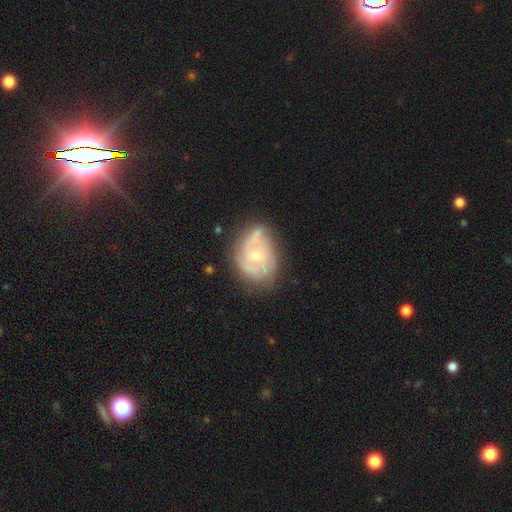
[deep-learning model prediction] A featured or disk galaxy (73%) with no bar (67%), 2 (37%) tight (51%) spiral arms (83%) and a small central bulge (52%).

Vote fractions:
- Smooth or featured? featured or disk: 73% / smooth: 20% / star or artifact: 6%
- Edge-on disk? no: 97% / yes: 3%
- Bar? no: 67% / weak: 29% / strong: 4%
- Spiral arms? yes: 83% / no: 17%
- Spiral winding? tight: 51% / medium: 36% / loose: 13%
- Spiral arm count? 2: 37% / can't tell: 33% / 3: 18% / 1: 6% / 4: 4% / more than 4: 3%
- Bulge size? small: 52% / moderate: 43% / none: 2% / large: 2% / dominant: 1%
- Merging? none: 56% / minor disturbance: 27% / major disturbance: 11% / merger: 6%